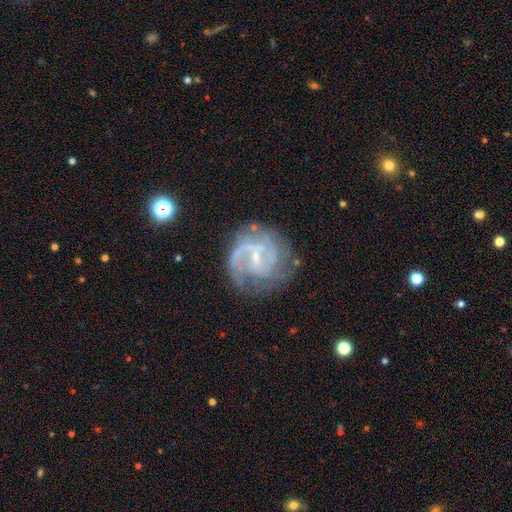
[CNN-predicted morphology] Smooth or featured? Predicted: featured or disk (p=0.80). Edge-on disk? Predicted: no (p=0.98). Bar? Predicted: weak (p=0.57). Spiral arms? Predicted: yes (p=0.88). Spiral winding? Predicted: tight (p=0.43). Spiral arm count? Predicted: 2 (p=0.37). Bulge size? Predicted: small (p=0.62). Merging? Predicted: none (p=0.63).